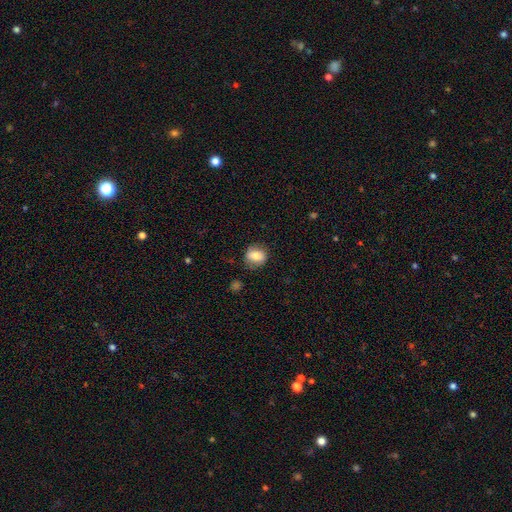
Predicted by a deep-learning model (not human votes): Smooth or featured?
  - smooth: 76% *
  - featured or disk: 16%
  - star or artifact: 8%
How rounded?
  - round: 61% *
  - in between: 37%
  - cigar-shaped: 1%
Merging?
  - none: 78% *
  - minor disturbance: 16%
  - major disturbance: 5%
  - merger: 1%